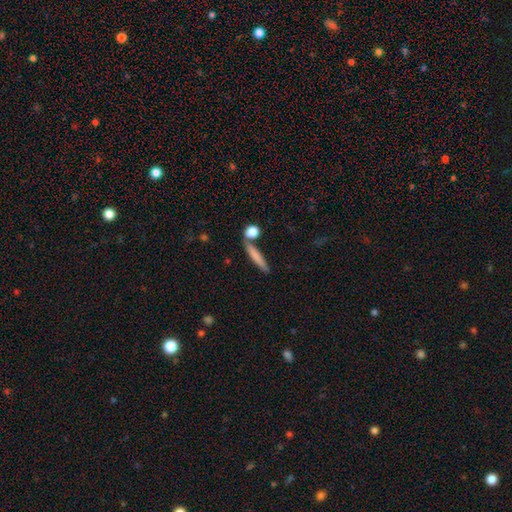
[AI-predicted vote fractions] Q: Smooth or featured?
A: smooth (75%); runner-up: featured or disk (19%)
Q: How rounded?
A: cigar-shaped (86%); runner-up: in between (10%)
Q: Merging?
A: none (74%); runner-up: merger (12%)